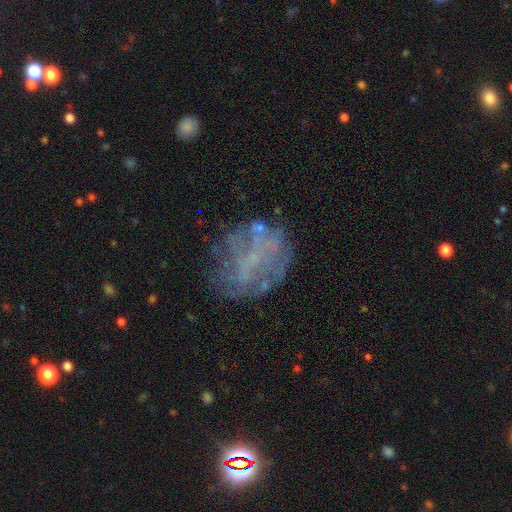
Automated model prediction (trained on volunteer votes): Smooth or featured?
  - featured or disk: 50% *
  - smooth: 25%
  - star or artifact: 25%
Edge-on disk?
  - no: 97% *
  - yes: 3%
Merging?
  - none: 64% *
  - minor disturbance: 16%
  - major disturbance: 16%
  - merger: 3%